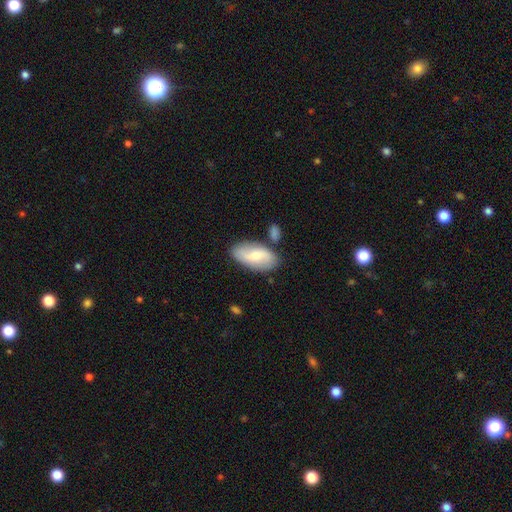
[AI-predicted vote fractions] smooth 51%, featured or disk 43%, star or artifact 6%. Down the decision tree: how rounded — in between (93%); merging — none (72%).